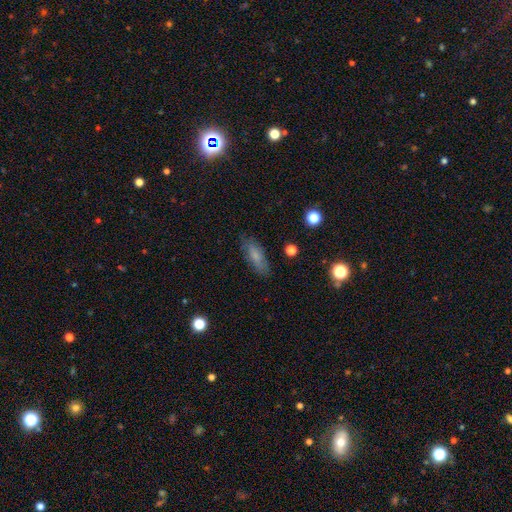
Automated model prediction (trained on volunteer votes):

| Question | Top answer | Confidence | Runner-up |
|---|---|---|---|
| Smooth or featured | smooth | 74% | featured or disk (18%) |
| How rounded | in between | 70% | cigar-shaped (27%) |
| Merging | none | 80% | minor disturbance (14%) |